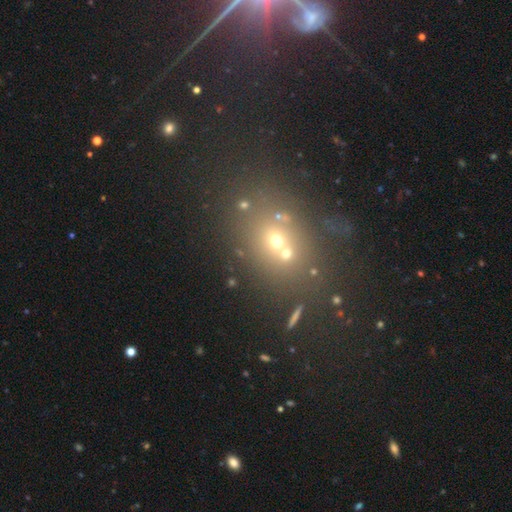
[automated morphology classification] This is possibly a star or artifact rather than a galaxy (50%).